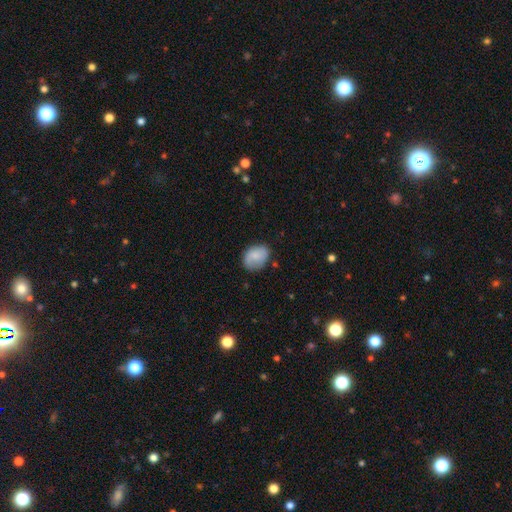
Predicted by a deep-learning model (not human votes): Smooth or featured?
  - smooth: 72% *
  - featured or disk: 20%
  - star or artifact: 7%
How rounded?
  - in between: 65% *
  - round: 34%
  - cigar-shaped: 1%
Merging?
  - none: 68% *
  - minor disturbance: 24%
  - major disturbance: 6%
  - merger: 2%